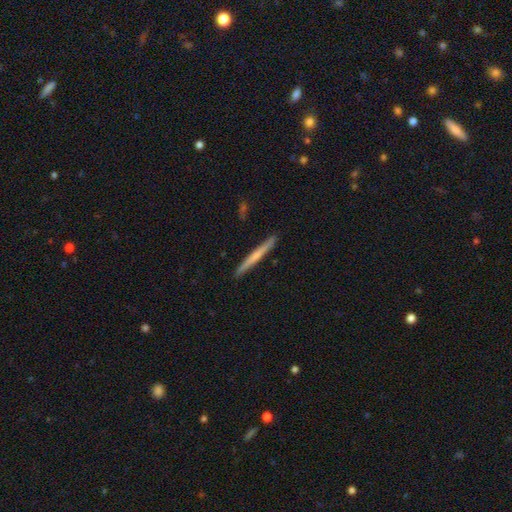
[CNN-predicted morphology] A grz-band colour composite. It shows a smooth galaxy with no disk features (51%) that is cigar-shaped (97%). Merging: none (92%).